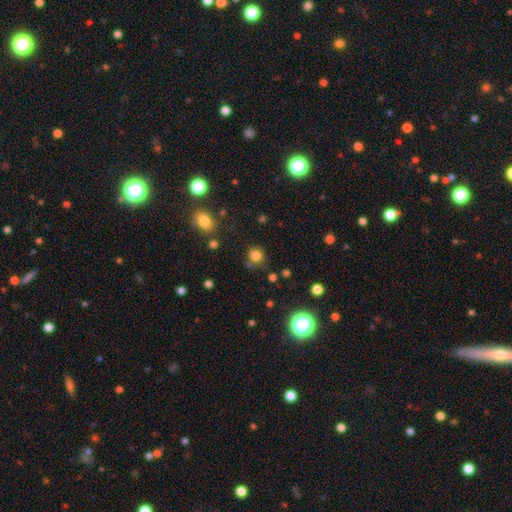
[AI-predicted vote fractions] Smooth or featured? smooth (80%)
How rounded? round (87%)
Merging? none (80%)